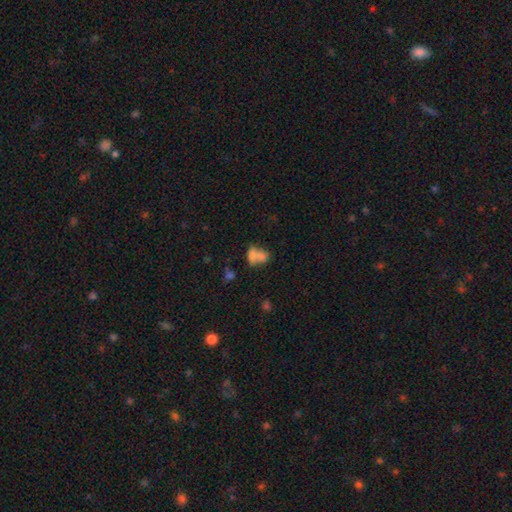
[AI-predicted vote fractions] A smooth galaxy with no disk features (70%) that is in between round and cigar-shaped (72%).

Vote fractions:
- Smooth or featured? smooth: 70% / featured or disk: 19% / star or artifact: 11%
- How rounded? in between: 72% / round: 25% / cigar-shaped: 3%
- Merging? merger: 64% / none: 20% / minor disturbance: 9% / major disturbance: 7%